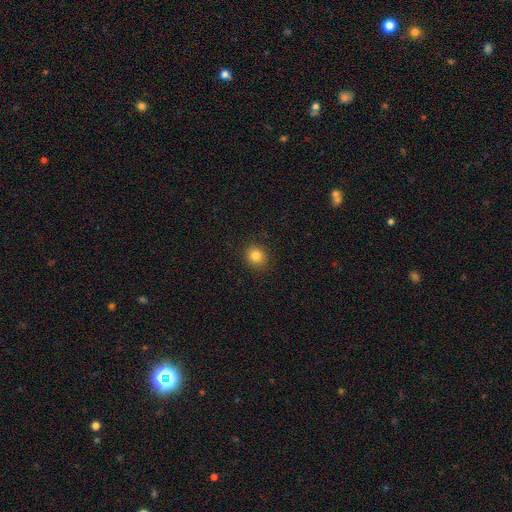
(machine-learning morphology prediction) smooth 83%, star or artifact 11%, featured or disk 5%. Down the decision tree: how rounded — round (77%); merging — none (89%).